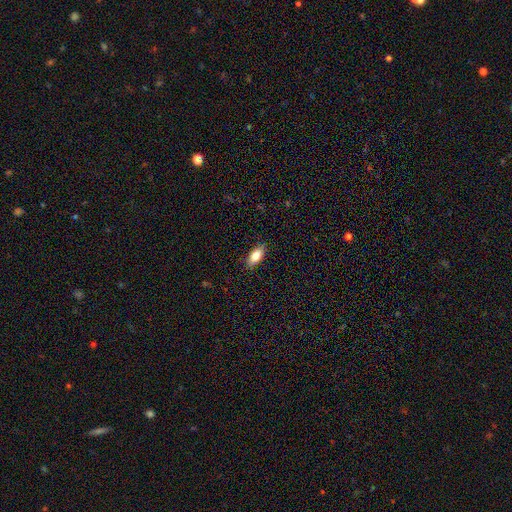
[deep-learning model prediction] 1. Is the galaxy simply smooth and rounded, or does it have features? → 79% smooth, 14% featured or disk, 7% star or artifact.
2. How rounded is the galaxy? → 85% in between, 11% cigar-shaped, 3% round.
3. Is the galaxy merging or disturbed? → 87% none, 10% minor disturbance, 2% major disturbance, 1% merger.